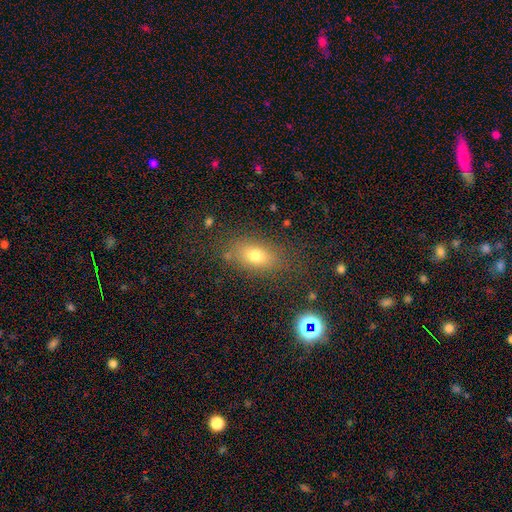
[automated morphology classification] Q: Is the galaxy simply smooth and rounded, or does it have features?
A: smooth — 72%.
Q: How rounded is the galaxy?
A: in between — 80%.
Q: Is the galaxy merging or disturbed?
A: none — 79%.